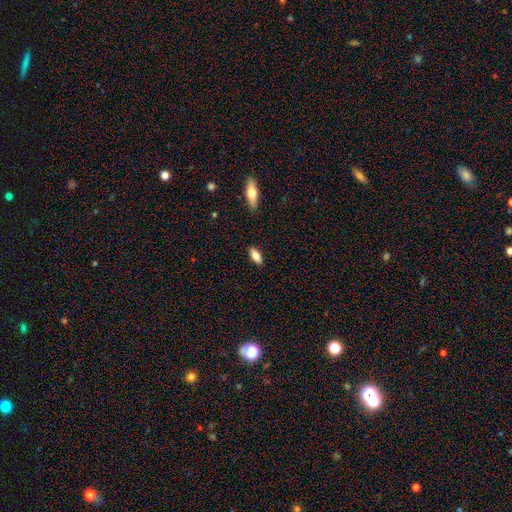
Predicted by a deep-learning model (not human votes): smooth_or_featured: smooth (p=0.76) [alt: featured or disk p=0.17]
how_rounded: in between (p=0.76) [alt: cigar-shaped p=0.22]
merging: none (p=0.88) [alt: minor disturbance p=0.09]